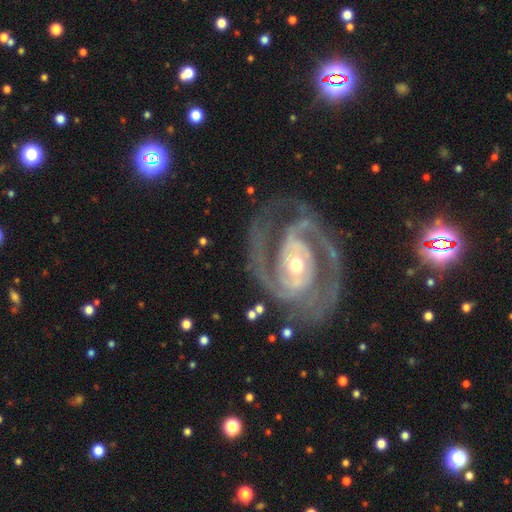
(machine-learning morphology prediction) Smooth or featured: featured or disk — 92% (star or artifact — 5%)
Edge-on disk: no — 97% (yes — 3%)
Bar: no — 44% (weak — 30%)
Spiral arms: yes — 97% (no — 3%)
Spiral winding: tight — 50% (medium — 43%)
Spiral arm count: 2 — 79% (3 — 8%)
Bulge size: small — 48% (moderate — 46%)
Merging: none — 75% (minor disturbance — 15%)